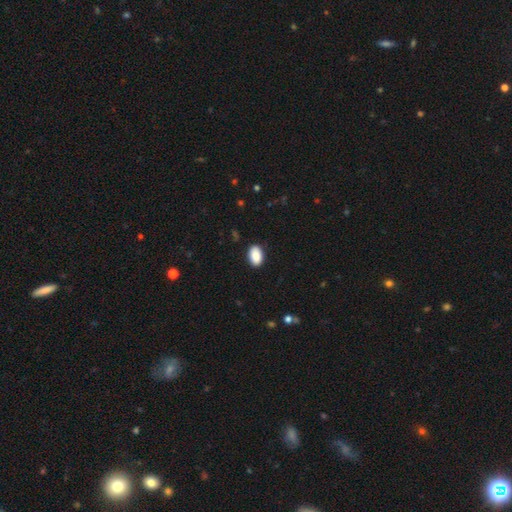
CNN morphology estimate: Smooth or featured: smooth — 90% (star or artifact — 7%)
How rounded: in between — 93% (round — 6%)
Merging: none — 87% (minor disturbance — 10%)